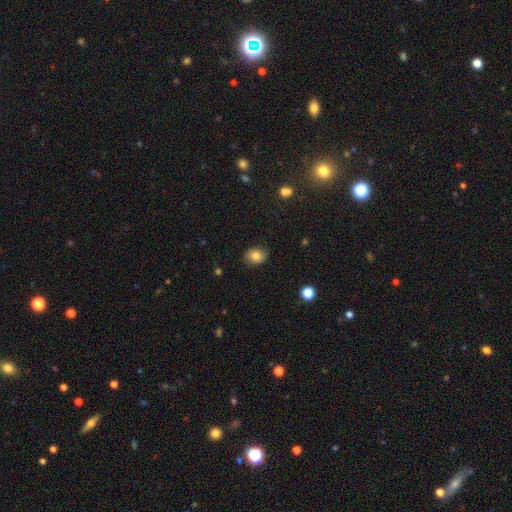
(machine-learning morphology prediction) type=smooth (78%); roundness=in between (54%); merging=none (83%).